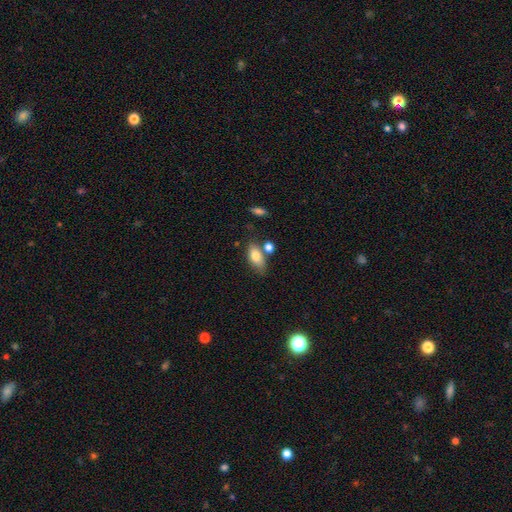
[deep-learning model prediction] Smooth or featured: smooth — 79% (featured or disk — 13%)
How rounded: in between — 86% (cigar-shaped — 9%)
Merging: none — 62% (merger — 18%)